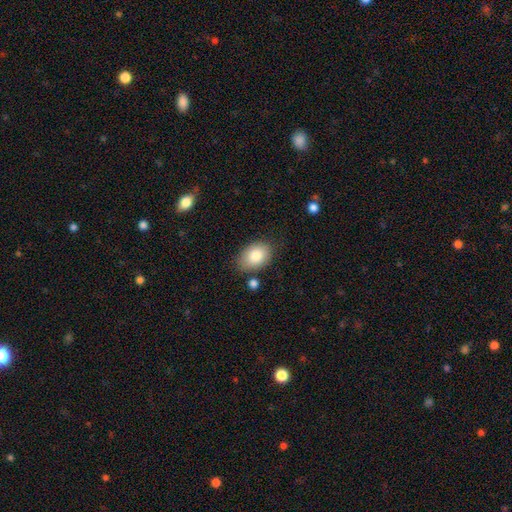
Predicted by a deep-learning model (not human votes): smooth_or_featured: smooth (p=0.83) [alt: featured or disk p=0.09]
how_rounded: in between (p=0.83) [alt: round p=0.16]
merging: none (p=0.76) [alt: minor disturbance p=0.16]